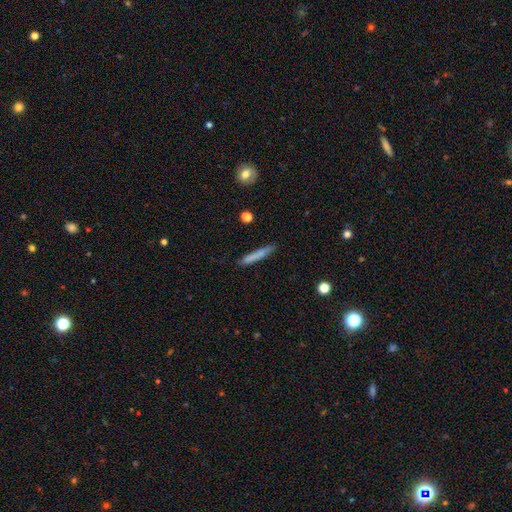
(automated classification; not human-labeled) Smooth or featured?
  - smooth: 73% *
  - featured or disk: 20%
  - star or artifact: 7%
How rounded?
  - cigar-shaped: 95% *
  - in between: 4%
  - round: 1%
Merging?
  - none: 84% *
  - minor disturbance: 12%
  - major disturbance: 2%
  - merger: 2%